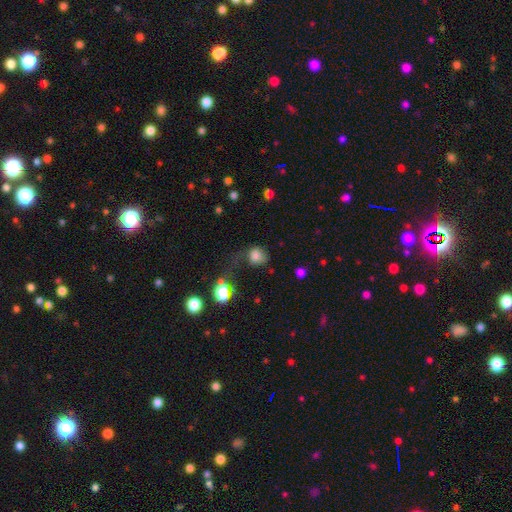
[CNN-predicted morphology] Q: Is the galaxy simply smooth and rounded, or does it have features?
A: smooth — 76%.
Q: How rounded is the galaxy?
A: round — 72%.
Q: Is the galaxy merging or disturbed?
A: major disturbance — 37%.